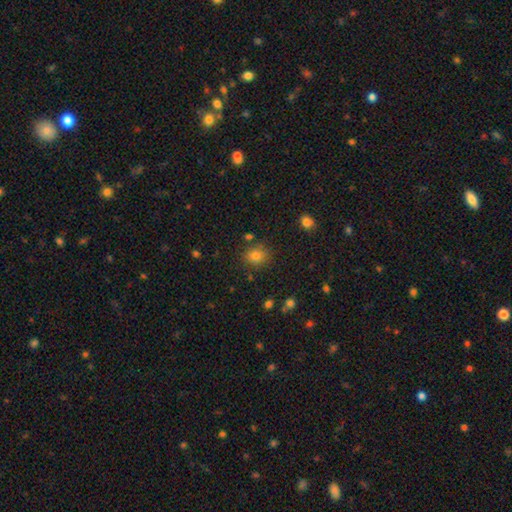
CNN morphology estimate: Smooth or featured: smooth — 80% (star or artifact — 14%)
How rounded: round — 66% (in between — 33%)
Merging: none — 81% (minor disturbance — 11%)